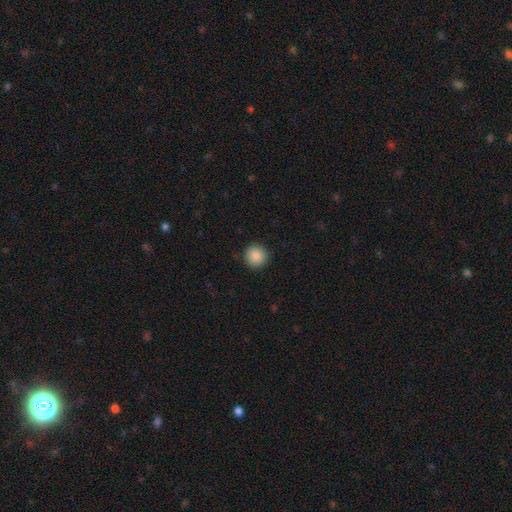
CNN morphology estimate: Smooth or featured? smooth (88%)
How rounded? round (95%)
Merging? none (92%)